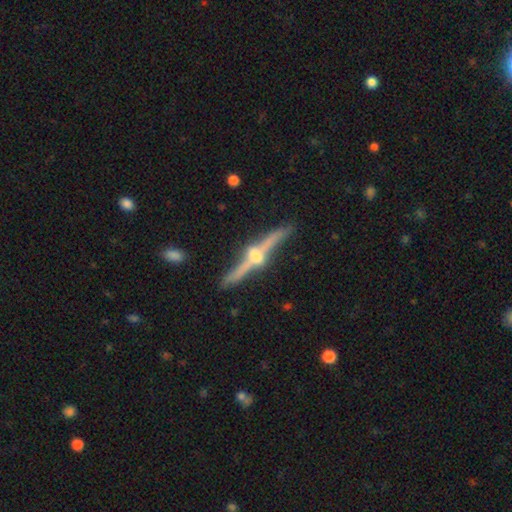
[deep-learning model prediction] The model was most divided on "merging": none: 74%, minor disturbance: 13%, merger: 7%, major disturbance: 5%. More confident: edge-on disk — yes (95%); edge-on bulge — rounded (93%); smooth or featured — featured or disk (83%).